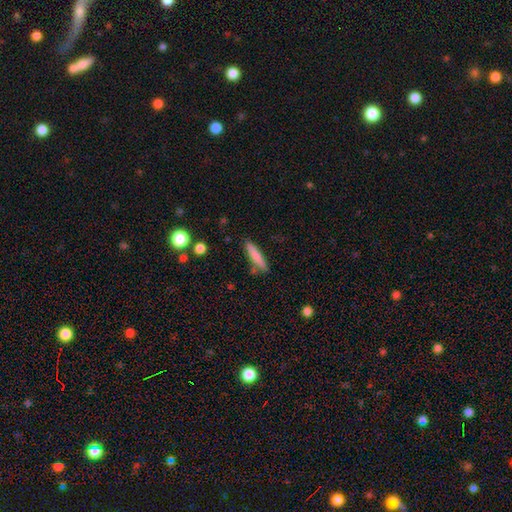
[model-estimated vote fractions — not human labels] Smooth or featured? smooth (79%)
How rounded? cigar-shaped (85%)
Merging? none (80%)